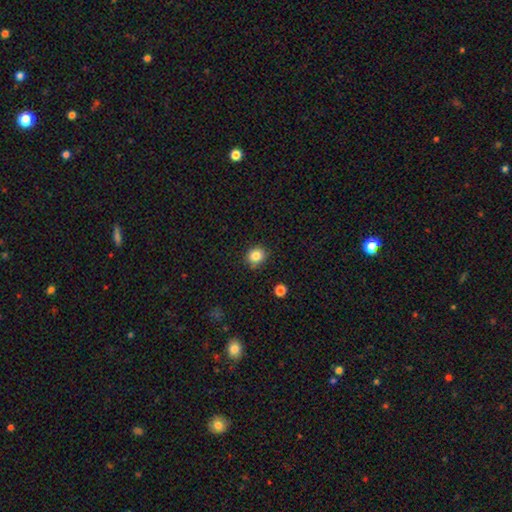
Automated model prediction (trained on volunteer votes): Smooth or featured: smooth — 84% (star or artifact — 11%)
How rounded: round — 76% (in between — 23%)
Merging: none — 83% (minor disturbance — 12%)